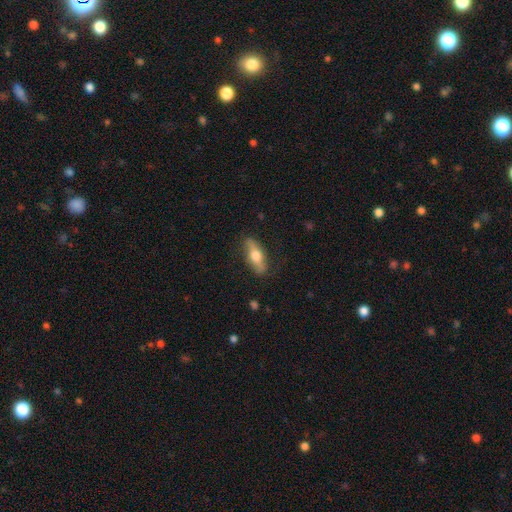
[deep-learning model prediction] Smooth or featured: smooth — 54% (featured or disk — 41%)
How rounded: in between — 58% (cigar-shaped — 38%)
Merging: none — 83% (minor disturbance — 13%)